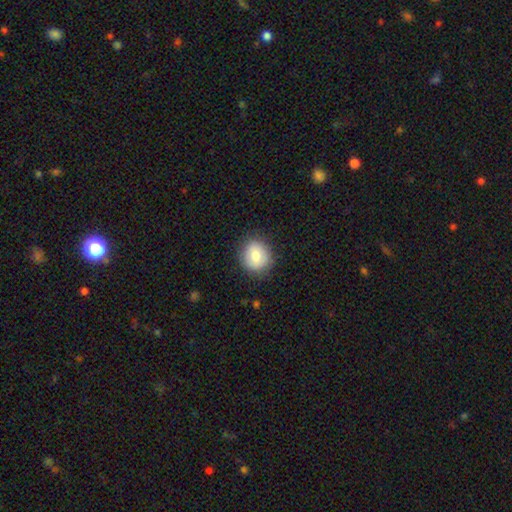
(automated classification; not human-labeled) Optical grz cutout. It shows a smooth galaxy with no disk features (77%) that is round (76%). Merging: none (84%).